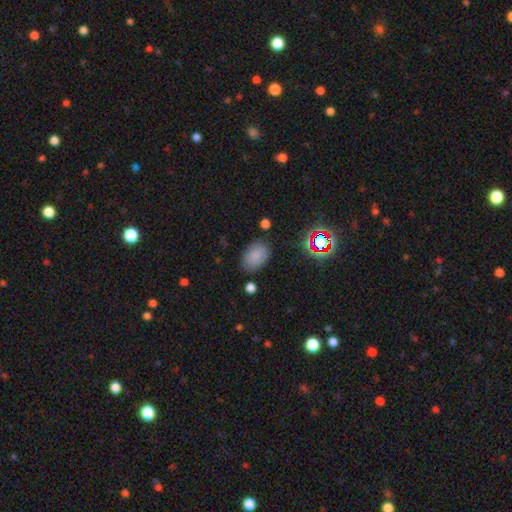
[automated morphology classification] Smooth or featured: smooth — 81% (star or artifact — 12%)
How rounded: in between — 85% (round — 14%)
Merging: none — 81% (minor disturbance — 12%)